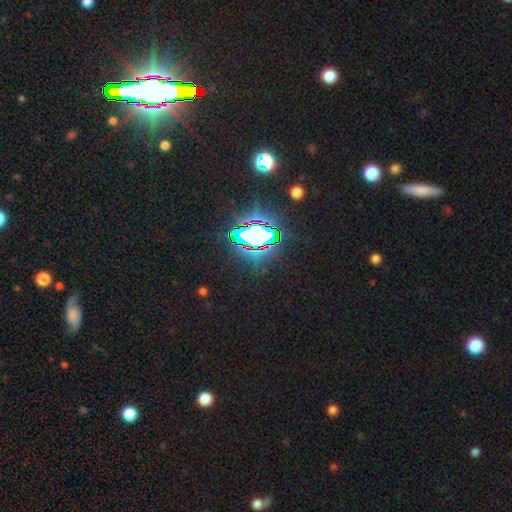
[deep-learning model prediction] Overall: star or artifact (84%).